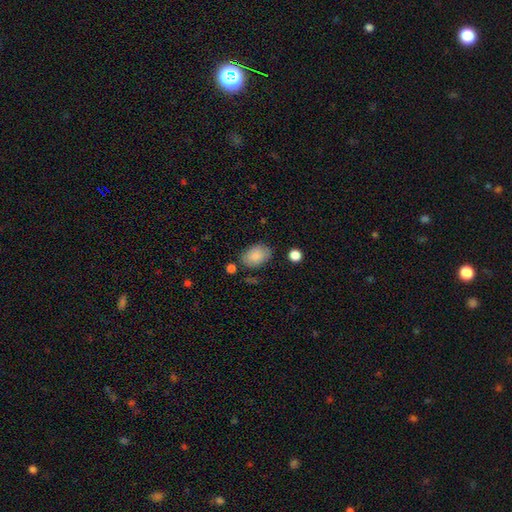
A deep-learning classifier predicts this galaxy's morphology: A smooth galaxy with no disk features (87%) that is in between round and cigar-shaped (83%). Merging: none (77%).